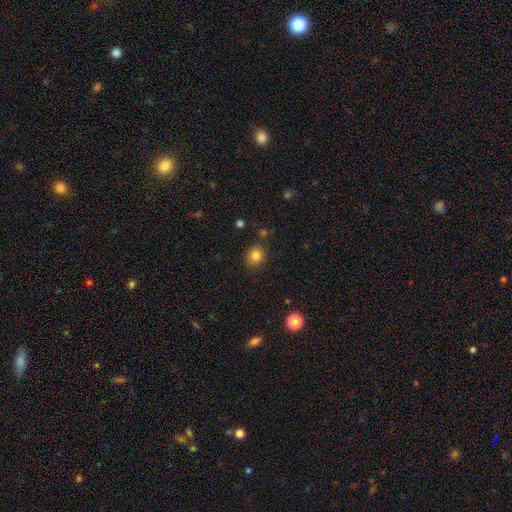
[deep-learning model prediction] Smooth or featured?
  - smooth: 83% *
  - star or artifact: 11%
  - featured or disk: 5%
How rounded?
  - round: 81% *
  - in between: 18%
  - cigar-shaped: 1%
Merging?
  - none: 86% *
  - minor disturbance: 9%
  - major disturbance: 3%
  - merger: 2%